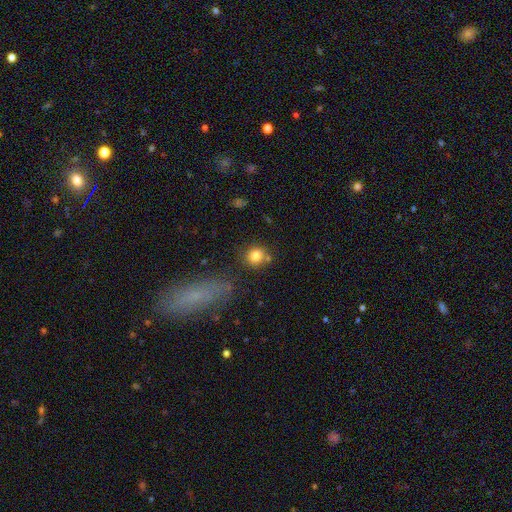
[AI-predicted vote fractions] Q: Smooth or featured?
A: smooth (81%); runner-up: star or artifact (11%)
Q: How rounded?
A: round (88%); runner-up: in between (10%)
Q: Merging?
A: none (75%); runner-up: minor disturbance (11%)